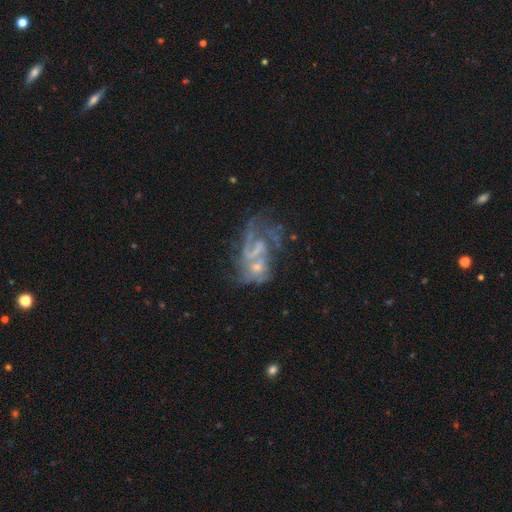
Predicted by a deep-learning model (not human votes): A featured or disk galaxy (72%) with no bar (62%), spiral arms (64%) and a small central bulge (39%).

Vote fractions:
- Smooth or featured? featured or disk: 72% / star or artifact: 16% / smooth: 12%
- Edge-on disk? no: 97% / yes: 3%
- Bar? no: 62% / weak: 29% / strong: 8%
- Spiral arms? yes: 64% / no: 36%
- Bulge size? small: 39% / none: 38% / moderate: 19% / large: 2% / dominant: 1%
- Merging? major disturbance: 37% / none: 28% / merger: 21% / minor disturbance: 14%